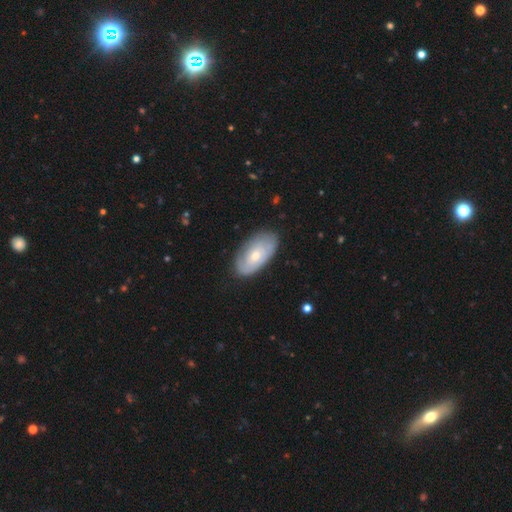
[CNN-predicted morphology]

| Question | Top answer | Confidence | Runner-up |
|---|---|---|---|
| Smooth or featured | smooth | 52% | featured or disk (42%) |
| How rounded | in between | 94% | round (4%) |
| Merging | none | 77% | minor disturbance (18%) |